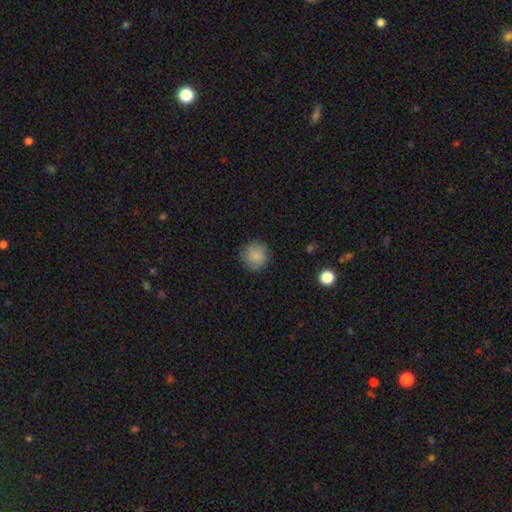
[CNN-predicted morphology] Q: Smooth or featured?
A: smooth (84%); runner-up: featured or disk (8%)
Q: How rounded?
A: round (93%); runner-up: in between (6%)
Q: Merging?
A: none (84%); runner-up: minor disturbance (12%)